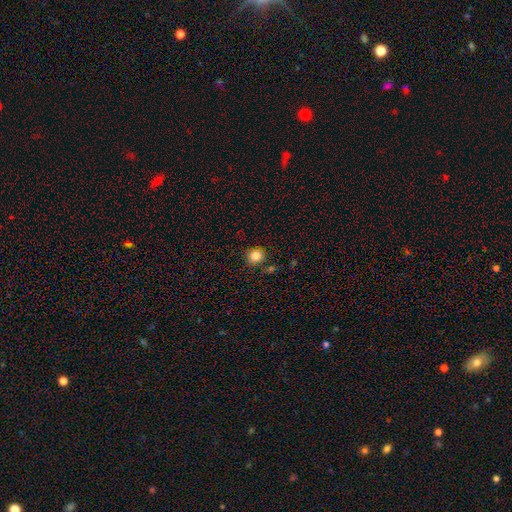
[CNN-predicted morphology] type=smooth (84%); roundness=round (87%); merging=none (83%).